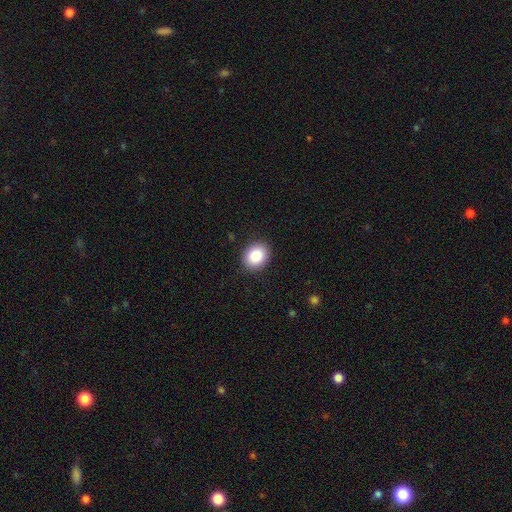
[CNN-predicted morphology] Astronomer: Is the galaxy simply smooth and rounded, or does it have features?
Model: smooth — 87%.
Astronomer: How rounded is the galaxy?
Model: round — 55% (runner-up: in between, 45%).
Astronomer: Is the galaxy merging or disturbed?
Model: none — 90%.